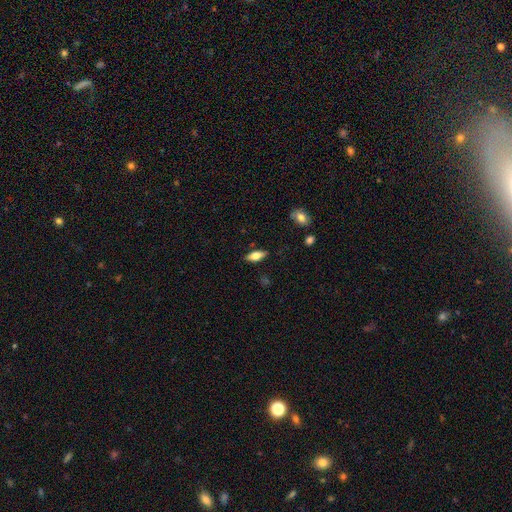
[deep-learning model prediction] smooth_or_featured: smooth (p=0.62) [alt: featured or disk p=0.31]
how_rounded: in between (p=0.75) [alt: cigar-shaped p=0.21]
merging: none (p=0.85) [alt: minor disturbance p=0.11]